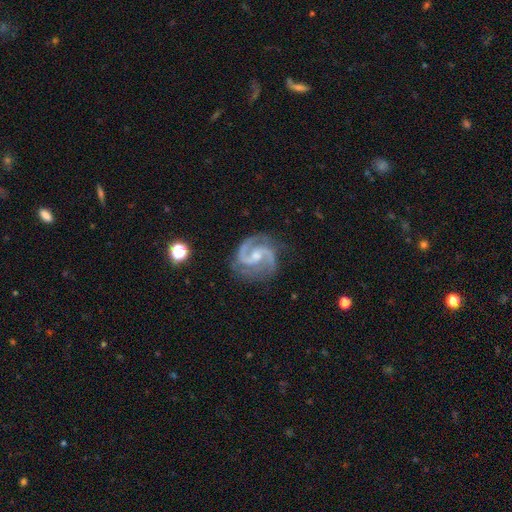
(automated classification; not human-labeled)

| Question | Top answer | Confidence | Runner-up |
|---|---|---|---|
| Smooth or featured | featured or disk | 93% | star or artifact (5%) |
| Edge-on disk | no | 98% | yes (2%) |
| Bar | weak | 47% | no (35%) |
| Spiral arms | yes | 99% | no (1%) |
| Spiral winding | medium | 65% | tight (21%) |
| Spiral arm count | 2 | 93% | 3 (2%) |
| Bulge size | small | 51% | moderate (39%) |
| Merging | none | 79% | minor disturbance (14%) |